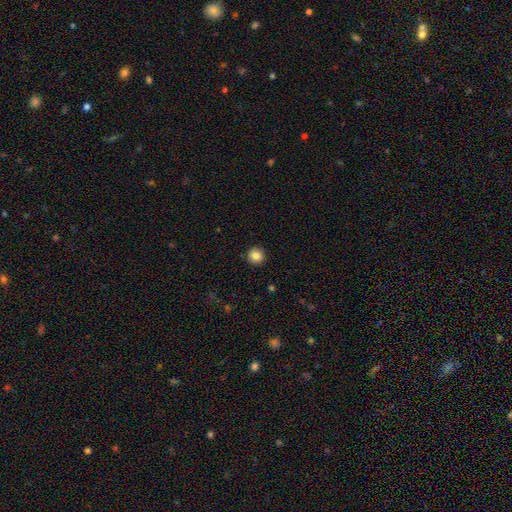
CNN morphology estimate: smooth-or-featured: smooth: 84% | star or artifact: 10% | featured or disk: 7%
  how-rounded: round: 91% | in between: 8% | cigar-shaped: 1%
  merging: none: 90% | minor disturbance: 7% | major disturbance: 2% | merger: 1%